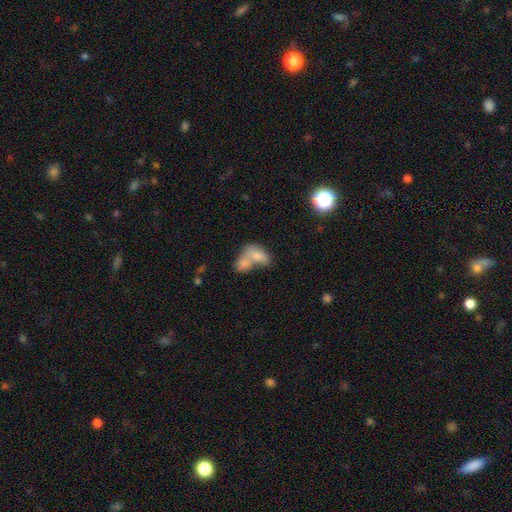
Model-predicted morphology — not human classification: smooth 71%, featured or disk 20%, star or artifact 9%. Down the decision tree: how rounded — in between (86%); merging — merger (69%).